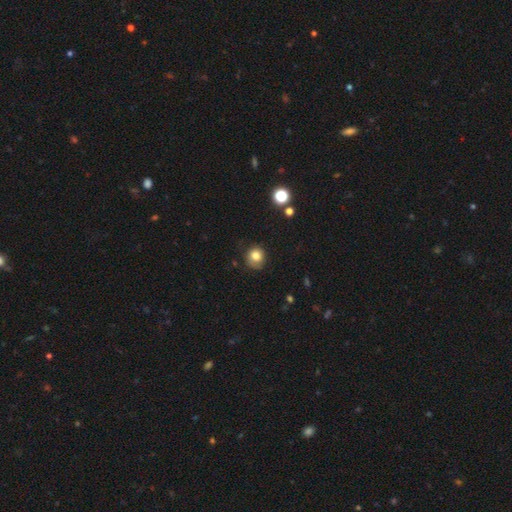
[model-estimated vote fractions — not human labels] A smooth galaxy with no disk features (79%) that is round (81%).

Vote fractions:
- Smooth or featured? smooth: 79% / star or artifact: 11% / featured or disk: 10%
- How rounded? round: 81% / in between: 18% / cigar-shaped: 1%
- Merging? none: 68% / minor disturbance: 23% / major disturbance: 7% / merger: 2%